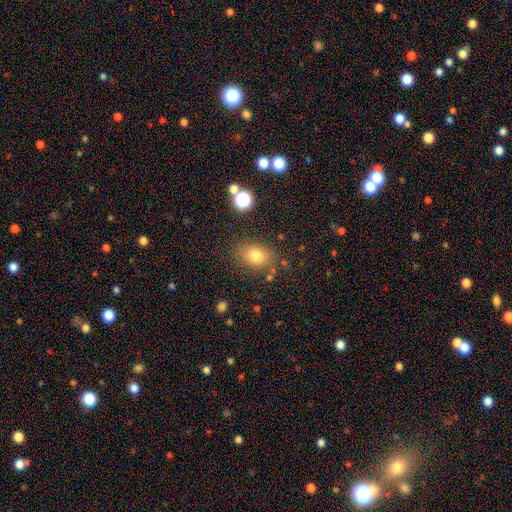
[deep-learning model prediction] smooth_or_featured: smooth (p=0.78) [alt: star or artifact p=0.13]
how_rounded: in between (p=0.70) [alt: round p=0.29]
merging: none (p=0.79) [alt: minor disturbance p=0.13]